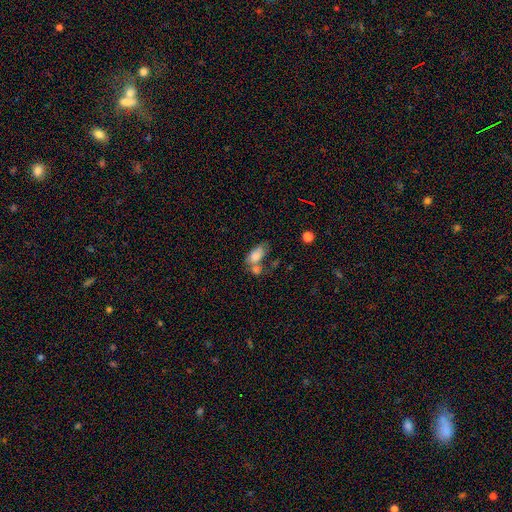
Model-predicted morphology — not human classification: type=smooth (77%); roundness=in between (89%); merging=merger (48%).